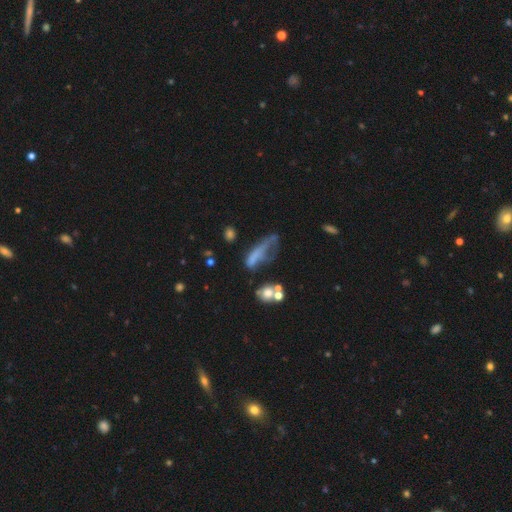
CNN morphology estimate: smooth 50%, featured or disk 34%, star or artifact 15%. Down the decision tree: how rounded — in between (47%); merging — major disturbance (45%).